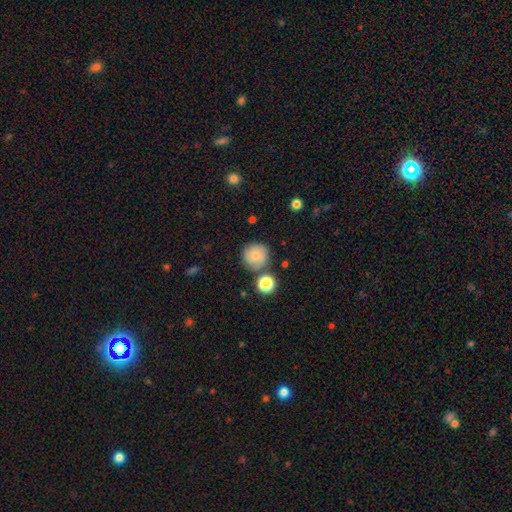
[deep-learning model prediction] Smooth or featured? smooth (72%)
How rounded? round (93%)
Merging? none (73%)